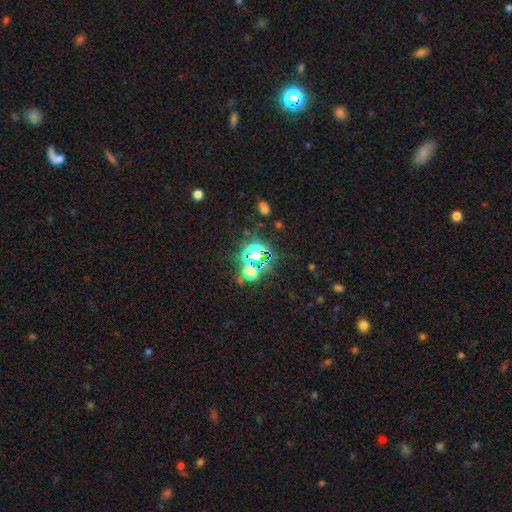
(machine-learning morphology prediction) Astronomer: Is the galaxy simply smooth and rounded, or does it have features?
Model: star or artifact — 71%.